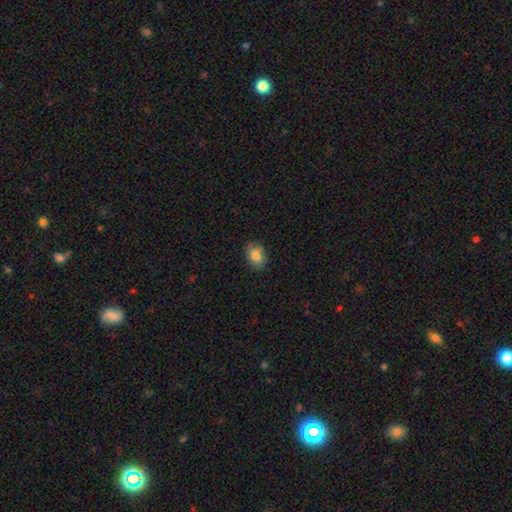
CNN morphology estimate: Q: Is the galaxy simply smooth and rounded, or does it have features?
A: smooth — 78%.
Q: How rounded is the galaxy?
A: in between — 69%.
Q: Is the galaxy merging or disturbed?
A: none — 77%.